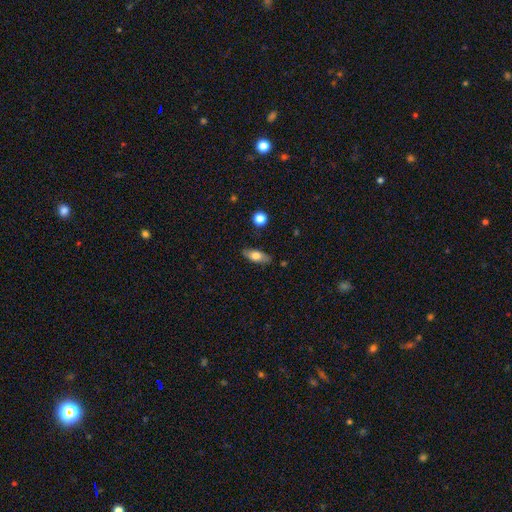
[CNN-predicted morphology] Smooth or featured? Predicted: smooth (p=0.67). How rounded? Predicted: in between (p=0.76). Merging? Predicted: none (p=0.82).